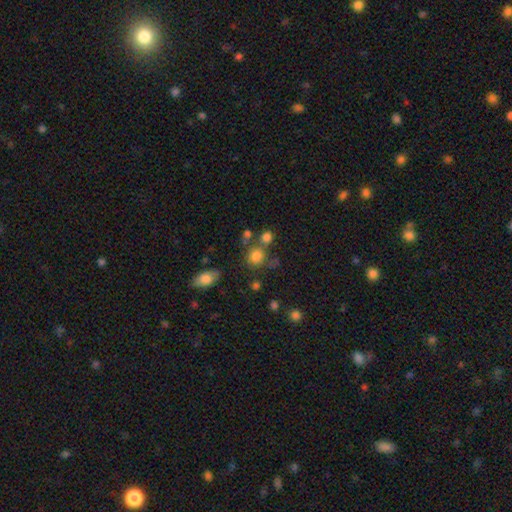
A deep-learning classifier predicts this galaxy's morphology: smooth-or-featured: smooth: 80% | star or artifact: 13% | featured or disk: 7%
  how-rounded: round: 83% | in between: 16% | cigar-shaped: 1%
  merging: none: 62% | merger: 20% | minor disturbance: 12% | major disturbance: 6%